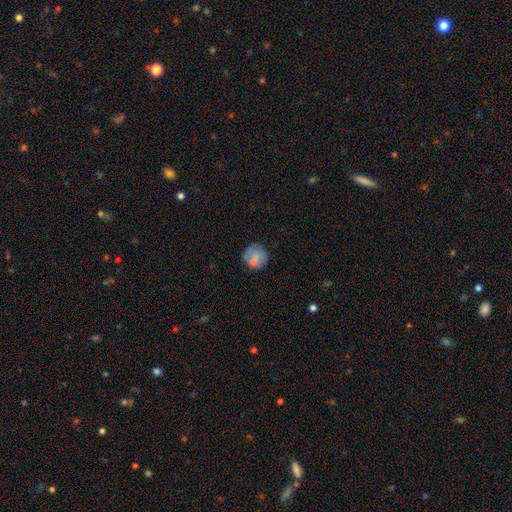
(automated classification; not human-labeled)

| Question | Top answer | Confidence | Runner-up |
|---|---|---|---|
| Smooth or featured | smooth | 71% | featured or disk (20%) |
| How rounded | round | 86% | in between (13%) |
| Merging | none | 60% | minor disturbance (23%) |